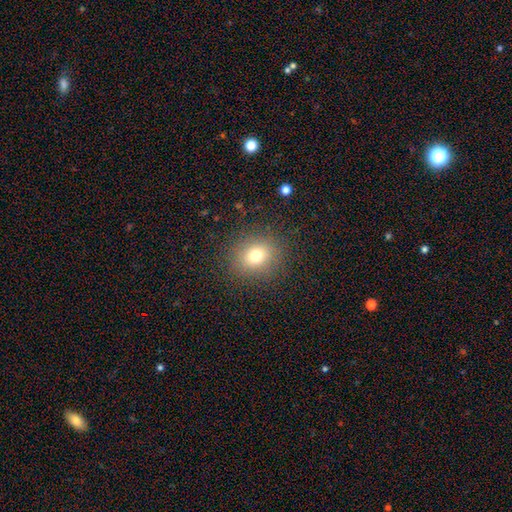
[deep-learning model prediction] This appears to be a smooth galaxy with no disk features (74%) that is round (75%). Merging: none (87%).